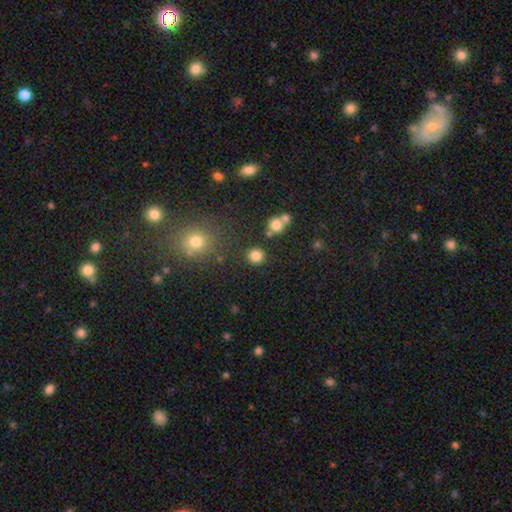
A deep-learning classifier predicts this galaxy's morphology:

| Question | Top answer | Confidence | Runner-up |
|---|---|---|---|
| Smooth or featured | smooth | 82% | star or artifact (13%) |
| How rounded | round | 92% | in between (7%) |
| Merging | none | 87% | minor disturbance (6%) |